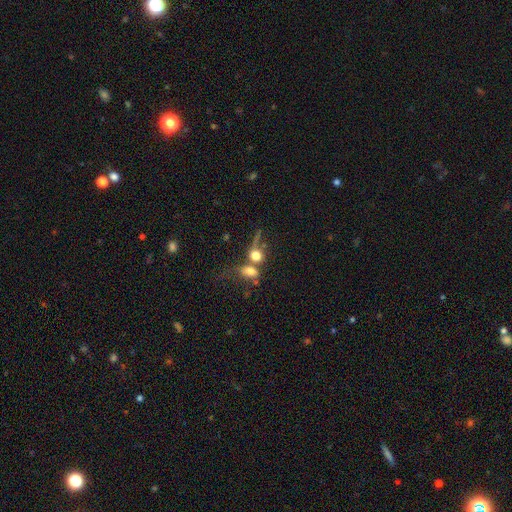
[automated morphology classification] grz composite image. It shows a smooth galaxy with no disk features (68%) that is round (49%). Merging: merger (55%).